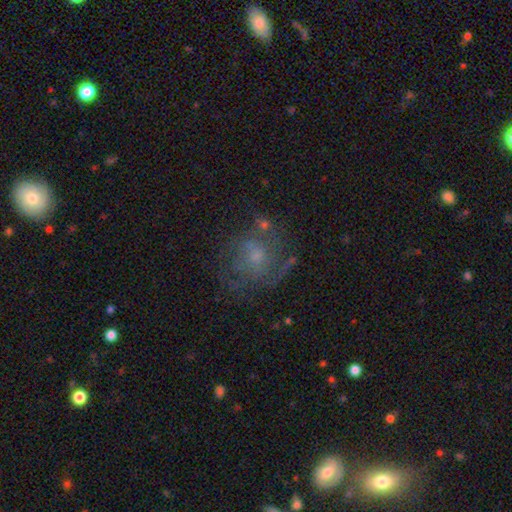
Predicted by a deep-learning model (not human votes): This is possibly a featured or disk galaxy (54%). It is clearly not viewed edge-on (97%). Bar: likely no (75%). Spiral arm pattern: possibly yes (59%). Central bulge: possibly small (51%). Merging: possibly none (54%).